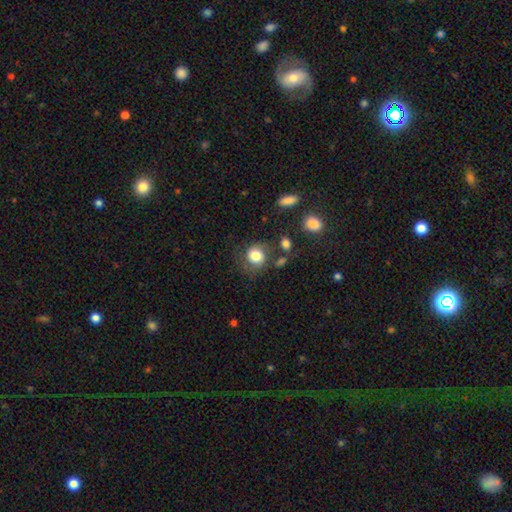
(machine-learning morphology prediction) smooth-or-featured: smooth: 79% | featured or disk: 12% | star or artifact: 9%
  how-rounded: round: 77% | in between: 22% | cigar-shaped: 1%
  merging: none: 66% | minor disturbance: 19% | major disturbance: 10% | merger: 5%